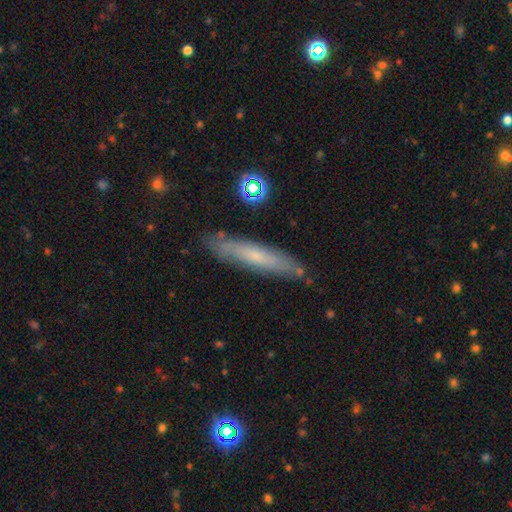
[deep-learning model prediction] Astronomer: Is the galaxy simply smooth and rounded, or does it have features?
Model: smooth — 51% (runner-up: featured or disk, 42%).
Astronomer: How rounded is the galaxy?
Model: cigar-shaped — 88%.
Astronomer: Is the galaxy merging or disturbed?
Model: none — 82%.